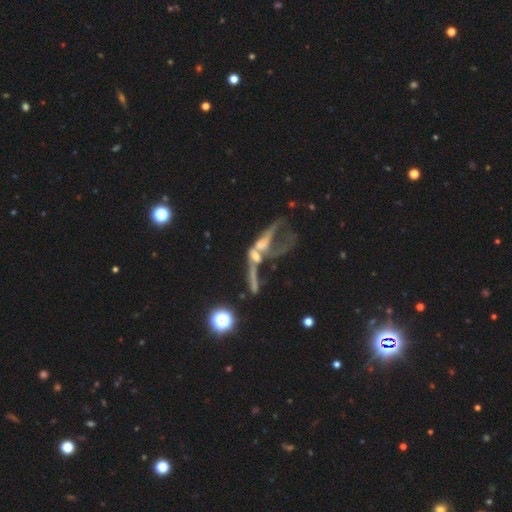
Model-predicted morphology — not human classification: A featured or disk galaxy (62%). Merging: merger (54%).